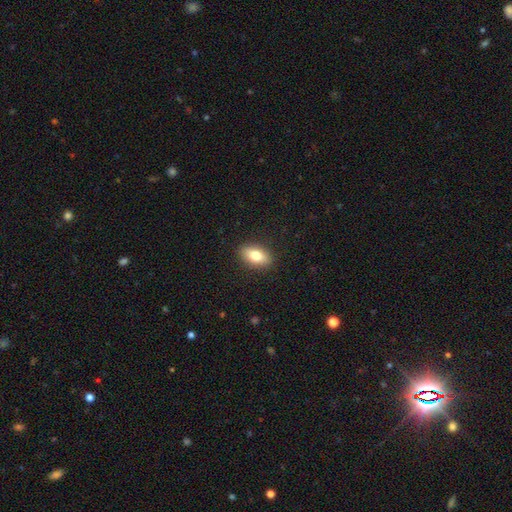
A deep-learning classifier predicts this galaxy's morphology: Smooth or featured? Predicted: smooth (p=0.79). How rounded? Predicted: in between (p=0.89). Merging? Predicted: none (p=0.89).